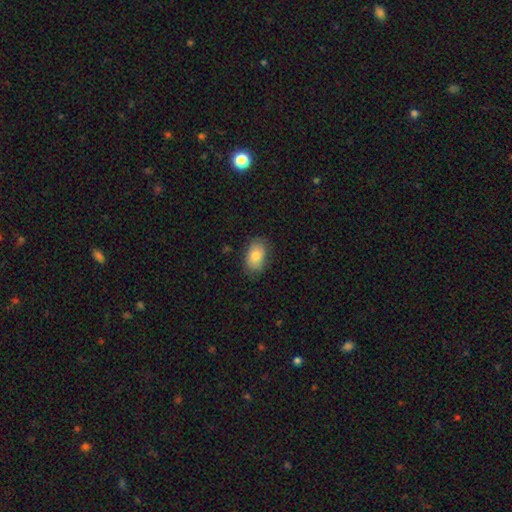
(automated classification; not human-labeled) Overall: smooth (81%). How rounded: in between (87%). Merging: none (80%).